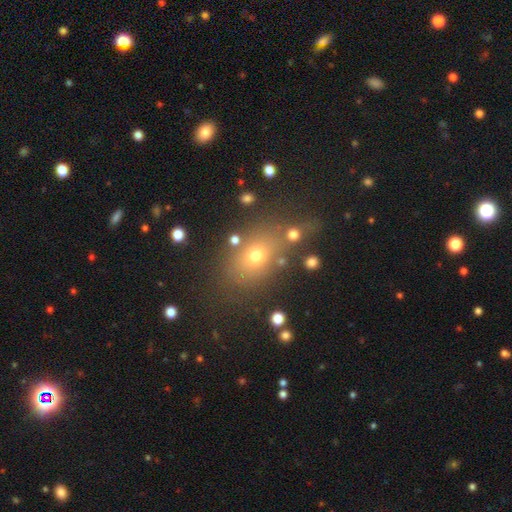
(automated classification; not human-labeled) Smooth or featured: smooth — 66% (star or artifact — 19%)
How rounded: in between — 62% (round — 36%)
Merging: none — 73% (minor disturbance — 12%)